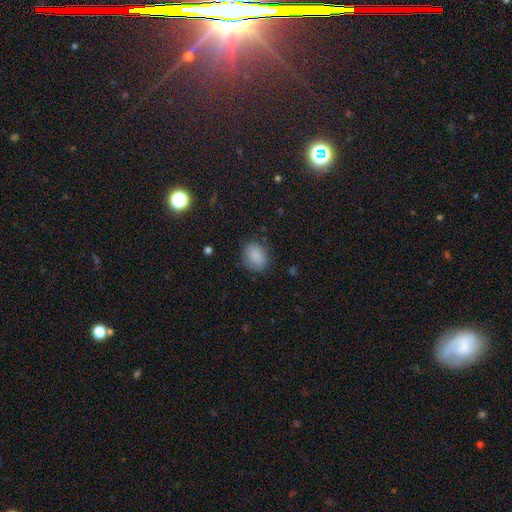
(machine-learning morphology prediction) A smooth galaxy with no disk features (86%) that is in between round and cigar-shaped (52%). Merging: none (79%).